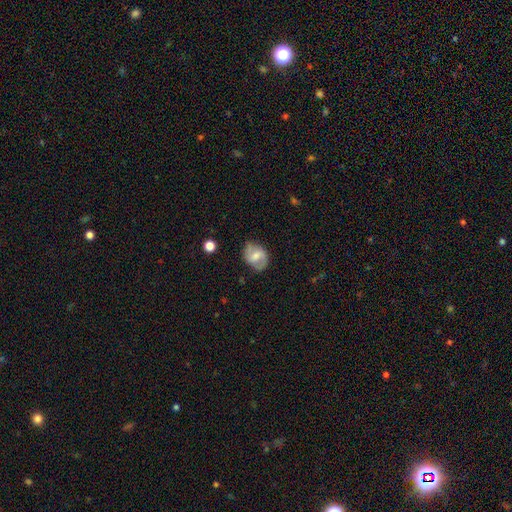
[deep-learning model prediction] This appears to be a featured or disk galaxy (53%) with a weak bar (49%), spiral arms (77%) and a moderate central bulge (46%). Merging: none (70%).